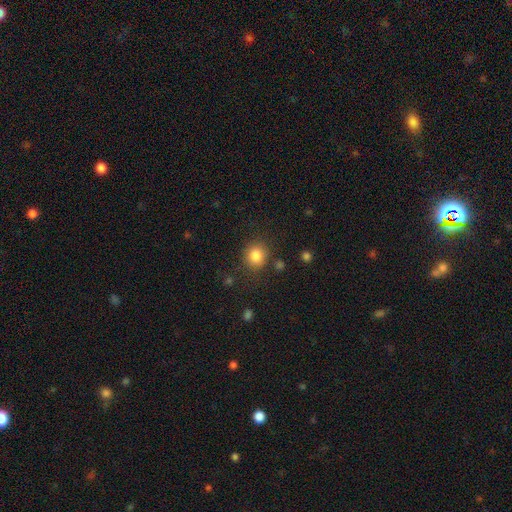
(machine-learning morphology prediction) Smooth or featured? Predicted: smooth (p=0.83). How rounded? Predicted: round (p=0.85). Merging? Predicted: none (p=0.83).